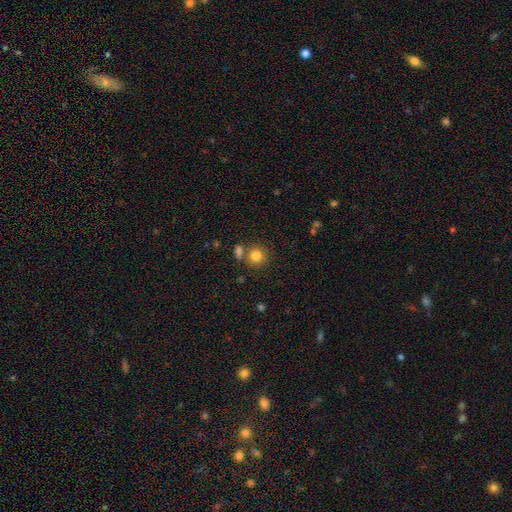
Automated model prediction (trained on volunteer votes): Smooth or featured?
  - smooth: 82% *
  - star or artifact: 11%
  - featured or disk: 7%
How rounded?
  - round: 87% *
  - in between: 12%
  - cigar-shaped: 1%
Merging?
  - none: 67% *
  - merger: 19%
  - minor disturbance: 10%
  - major disturbance: 4%